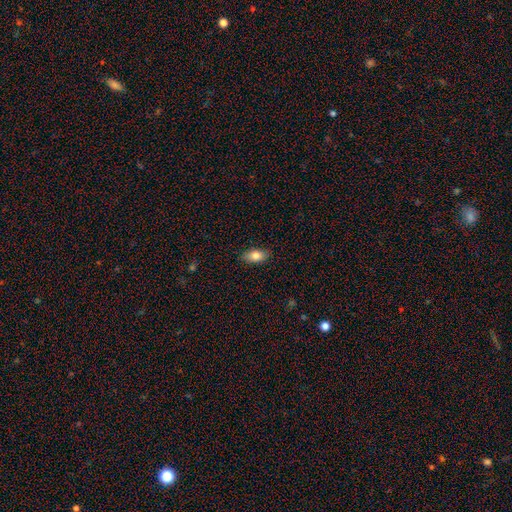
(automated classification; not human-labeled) Smooth or featured? Predicted: smooth (p=0.81). How rounded? Predicted: in between (p=0.88). Merging? Predicted: none (p=0.87).